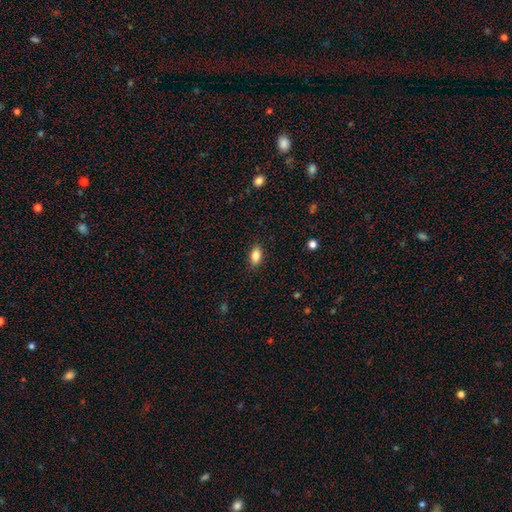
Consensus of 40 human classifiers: Smooth or featured? smooth (85%)
How rounded? in between (88%)
Merging? none (89%)